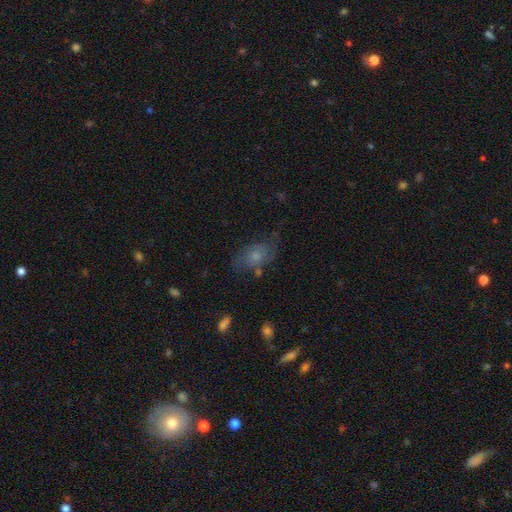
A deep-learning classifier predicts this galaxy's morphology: smooth 51%, featured or disk 37%, star or artifact 11%. Down the decision tree: how rounded — in between (83%); merging — none (57%).